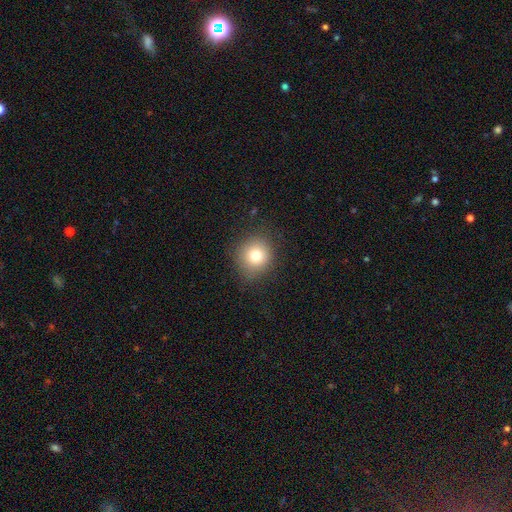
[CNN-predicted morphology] Q: Smooth or featured?
A: smooth (76%); runner-up: star or artifact (14%)
Q: How rounded?
A: round (89%); runner-up: in between (10%)
Q: Merging?
A: none (86%); runner-up: minor disturbance (9%)